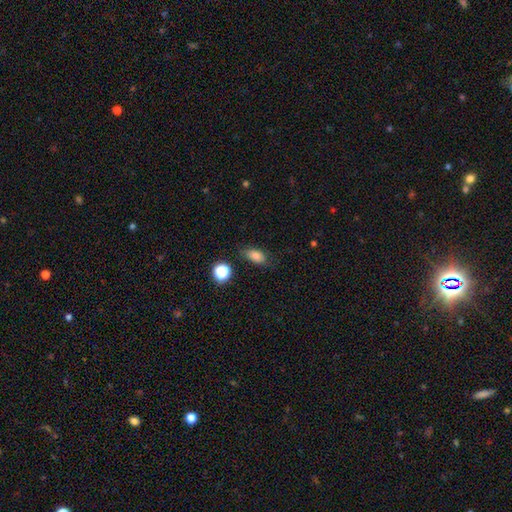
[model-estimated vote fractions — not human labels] smooth_or_featured: smooth (p=0.80) [alt: star or artifact p=0.11]
how_rounded: in between (p=0.83) [alt: round p=0.10]
merging: none (p=0.75) [alt: minor disturbance p=0.18]